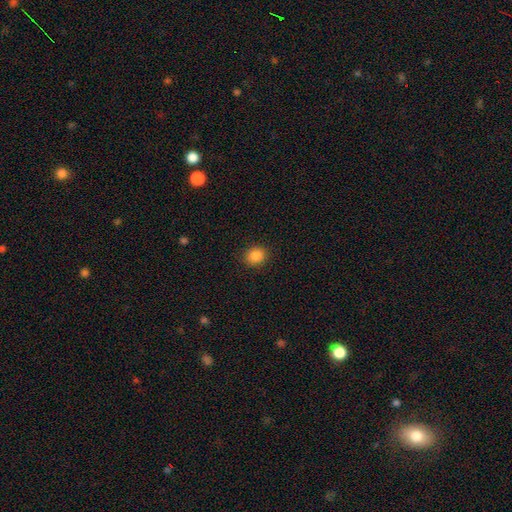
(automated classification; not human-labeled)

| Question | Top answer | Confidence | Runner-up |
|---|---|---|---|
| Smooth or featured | smooth | 86% | star or artifact (10%) |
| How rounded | round | 77% | in between (22%) |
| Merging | none | 90% | minor disturbance (7%) |